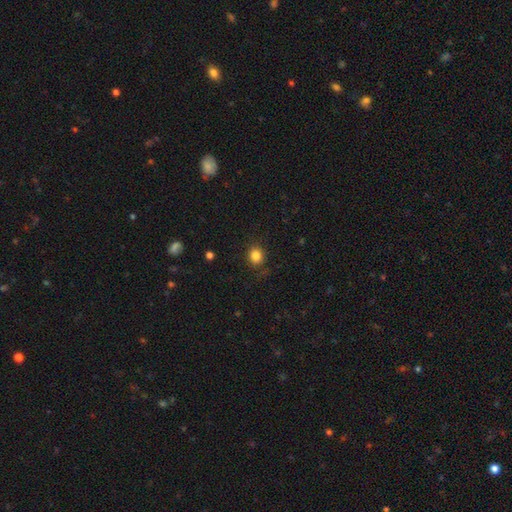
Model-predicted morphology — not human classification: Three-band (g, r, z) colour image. It shows a smooth galaxy with no disk features (83%) that is round (78%). Merging: none (84%).